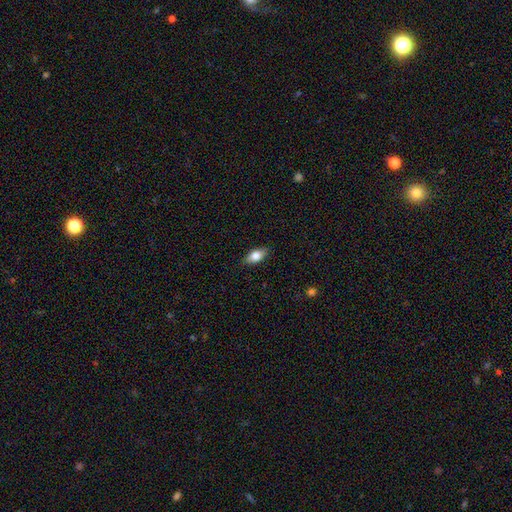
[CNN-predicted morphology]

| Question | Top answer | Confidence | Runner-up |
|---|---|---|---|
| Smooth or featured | smooth | 78% | featured or disk (15%) |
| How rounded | in between | 87% | cigar-shaped (8%) |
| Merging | none | 87% | minor disturbance (10%) |